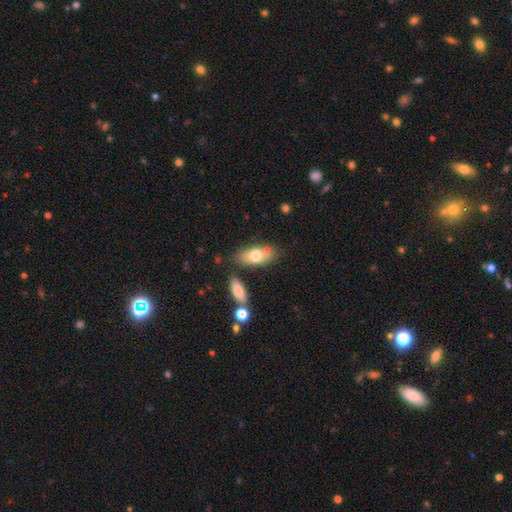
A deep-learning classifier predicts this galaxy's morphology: Smooth or featured?
  - smooth: 70% *
  - featured or disk: 23%
  - star or artifact: 7%
How rounded?
  - in between: 84% *
  - cigar-shaped: 13%
  - round: 4%
Merging?
  - none: 69% *
  - minor disturbance: 15%
  - merger: 12%
  - major disturbance: 4%